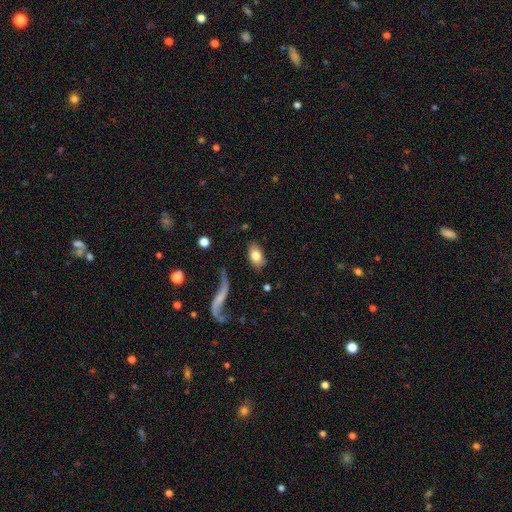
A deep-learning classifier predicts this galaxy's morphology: smooth_or_featured: smooth (p=0.76) [alt: featured or disk p=0.17]
how_rounded: in between (p=0.90) [alt: round p=0.07]
merging: none (p=0.76) [alt: minor disturbance p=0.14]